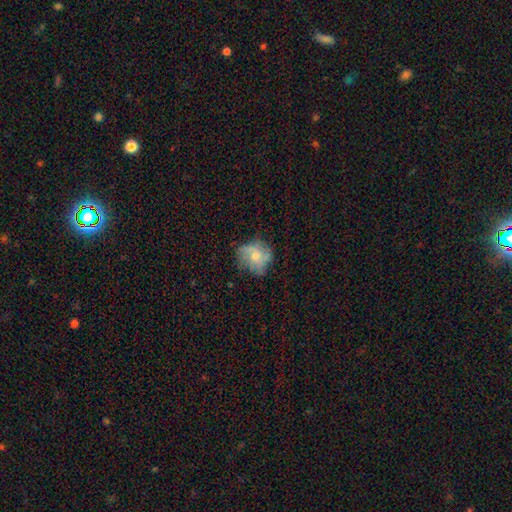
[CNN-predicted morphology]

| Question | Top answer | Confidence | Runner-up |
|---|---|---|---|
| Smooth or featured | featured or disk | 51% | smooth (40%) |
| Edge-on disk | no | 97% | yes (3%) |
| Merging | none | 62% | minor disturbance (24%) |